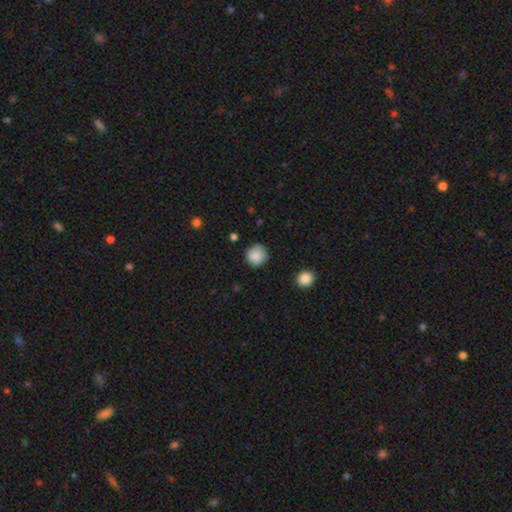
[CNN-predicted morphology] smooth_or_featured: smooth (p=0.86) [alt: star or artifact p=0.08]
how_rounded: round (p=0.92) [alt: in between p=0.07]
merging: none (p=0.83) [alt: minor disturbance p=0.13]